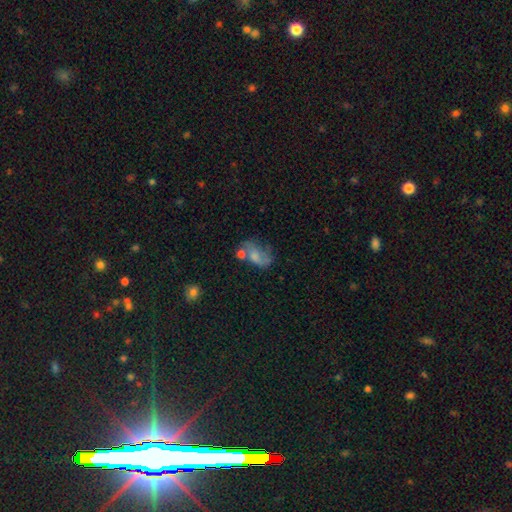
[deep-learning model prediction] smooth-or-featured: smooth: 47% | featured or disk: 42% | star or artifact: 11%
  merging: major disturbance: 29% | none: 28% | minor disturbance: 22% | merger: 21%